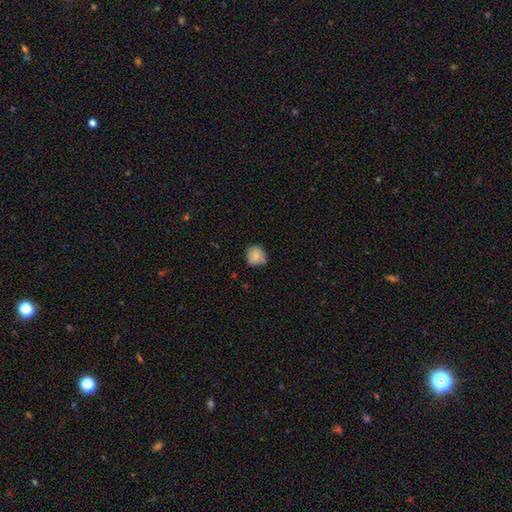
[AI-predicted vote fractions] Overall: smooth (78%). How rounded: round (83%). Merging: none (69%).